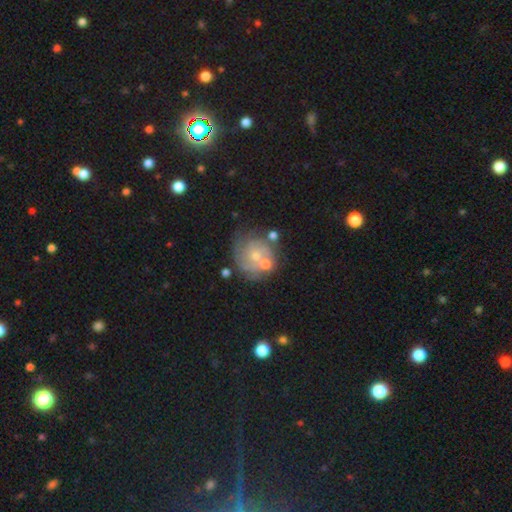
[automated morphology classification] type=featured or disk (70%); edge-on=no (98%); bar=no (77%); spiral arms=yes (86%); winding=tight (62%); arm count=can't tell (36%); bulge=small (61%); merging=none (59%).